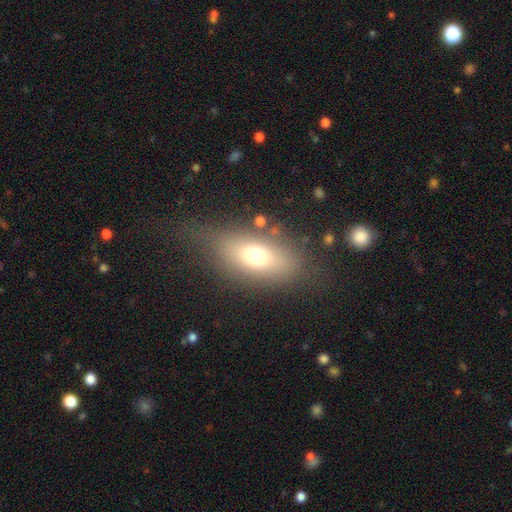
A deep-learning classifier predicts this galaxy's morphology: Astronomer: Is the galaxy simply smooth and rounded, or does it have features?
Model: smooth — 67%.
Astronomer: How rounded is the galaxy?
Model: in between — 79%.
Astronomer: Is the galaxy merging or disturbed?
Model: none — 69%.